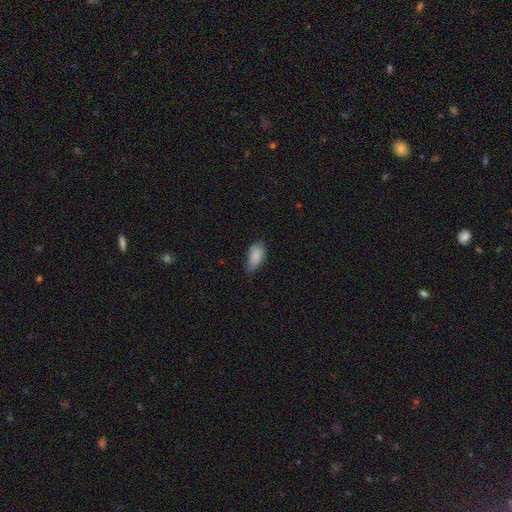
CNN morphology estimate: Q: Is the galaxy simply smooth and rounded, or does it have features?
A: smooth — 85%.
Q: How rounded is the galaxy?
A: in between — 91%.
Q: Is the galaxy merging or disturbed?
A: none — 57%.